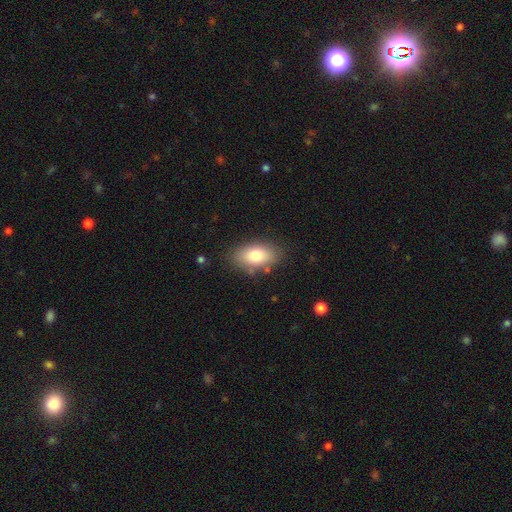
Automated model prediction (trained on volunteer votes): smooth_or_featured: smooth (p=0.78) [alt: featured or disk p=0.14]
how_rounded: in between (p=0.90) [alt: round p=0.07]
merging: none (p=0.80) [alt: minor disturbance p=0.13]